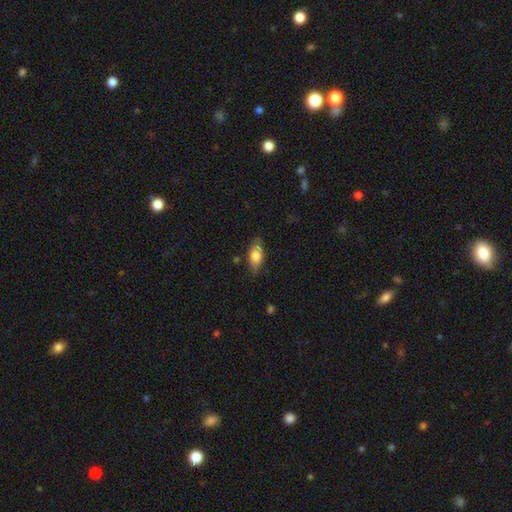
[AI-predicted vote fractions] Morphology: type=smooth (72%); roundness=in between (82%); merging=none (80%).